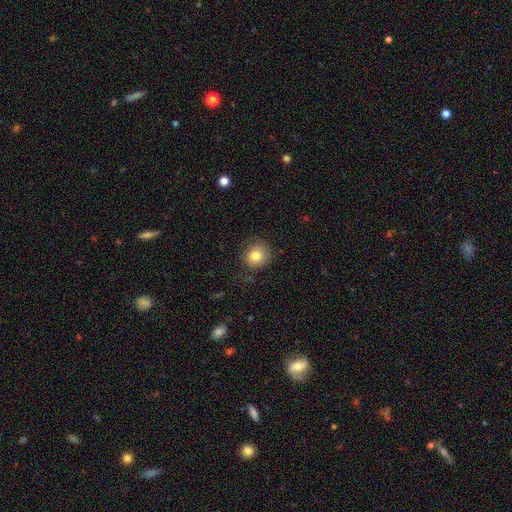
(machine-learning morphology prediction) Smooth or featured: smooth — 81% (star or artifact — 10%)
How rounded: round — 84% (in between — 15%)
Merging: none — 79% (minor disturbance — 15%)